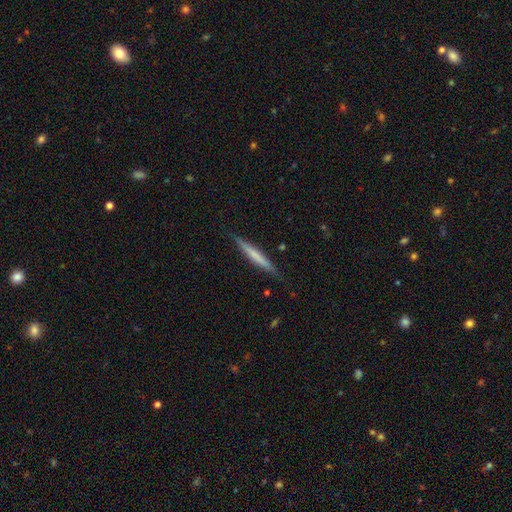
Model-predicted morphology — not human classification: The model was most divided on "smooth or featured": smooth: 53%, featured or disk: 42%, star or artifact: 6%. More confident: how rounded — cigar-shaped (96%); merging — none (87%).